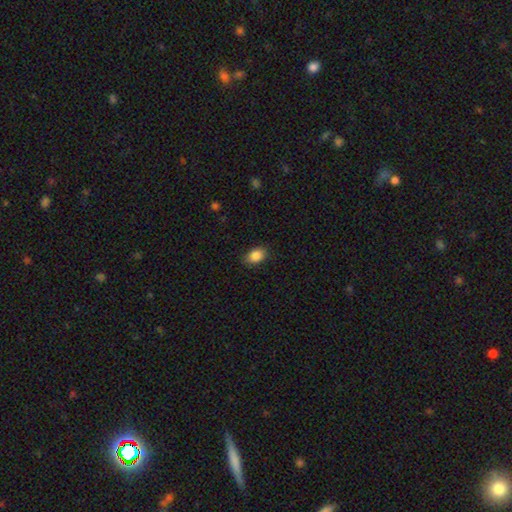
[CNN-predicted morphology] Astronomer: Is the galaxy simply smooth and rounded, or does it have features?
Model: smooth — 87%.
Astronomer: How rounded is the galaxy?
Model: in between — 79%.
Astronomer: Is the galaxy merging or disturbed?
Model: none — 85%.